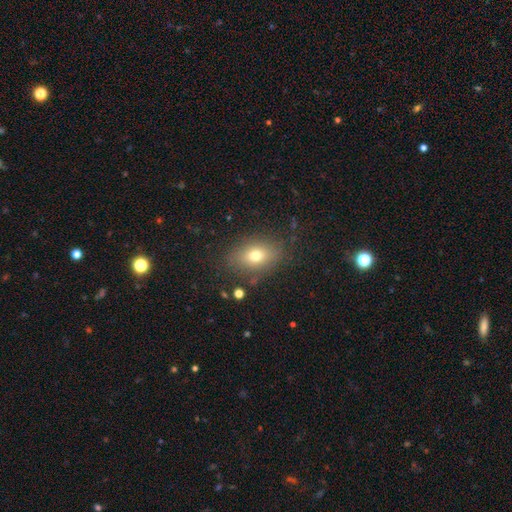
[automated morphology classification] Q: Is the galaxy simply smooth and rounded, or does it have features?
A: smooth — 72%.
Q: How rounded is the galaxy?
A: in between — 78%.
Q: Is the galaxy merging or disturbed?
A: none — 82%.